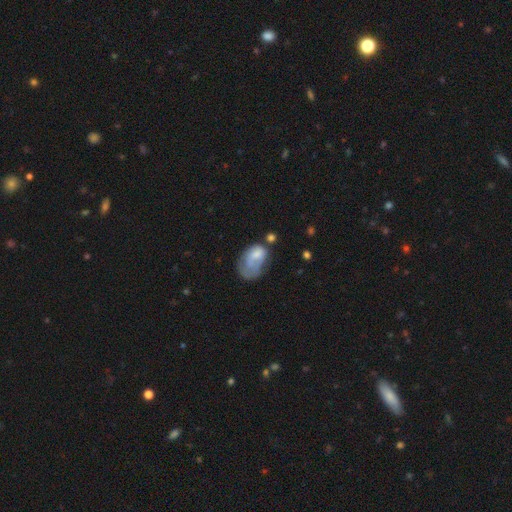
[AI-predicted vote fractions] smooth 62%, featured or disk 29%, star or artifact 8%. Down the decision tree: how rounded — in between (86%); merging — major disturbance (41%).